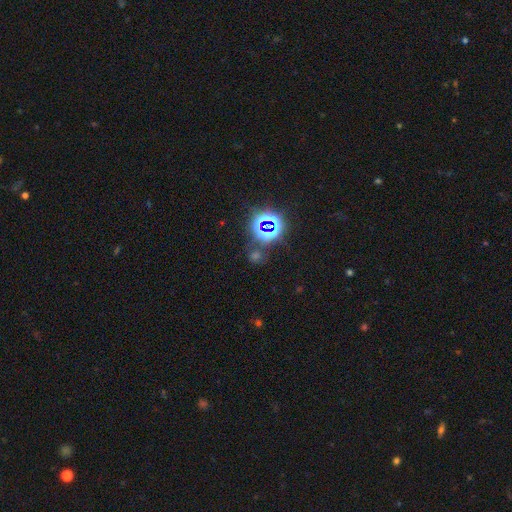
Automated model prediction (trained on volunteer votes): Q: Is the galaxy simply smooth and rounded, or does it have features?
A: star or artifact — 67%.